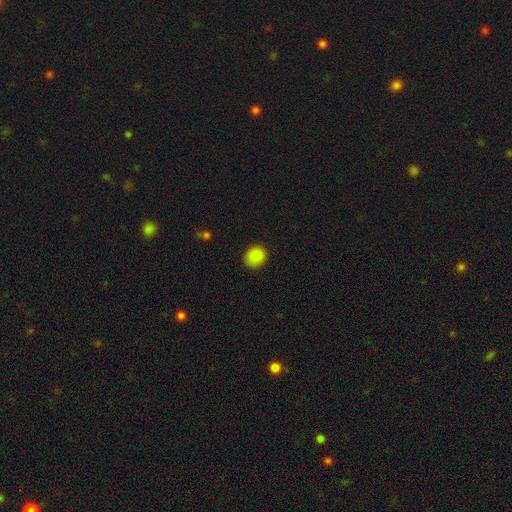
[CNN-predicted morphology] A smooth galaxy with no disk features (87%) that is round (79%). Merging: none (88%).